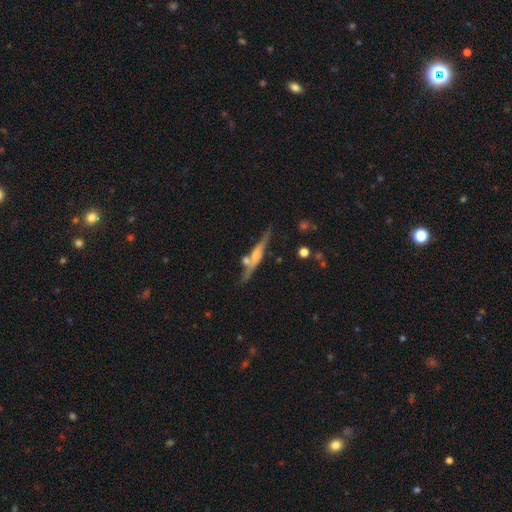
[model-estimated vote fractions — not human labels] Overall: featured or disk (71%). Edge-on disk: yes (93%). Edge-on bulge: rounded (69%). Merging: none (72%).